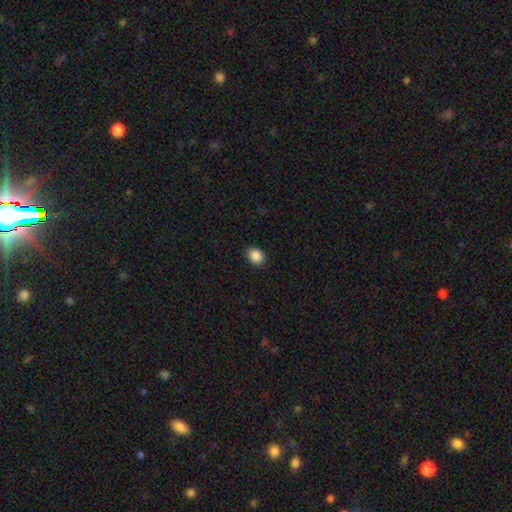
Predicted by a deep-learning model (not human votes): A smooth galaxy with no disk features (88%) that is round (51%). Merging: none (89%).